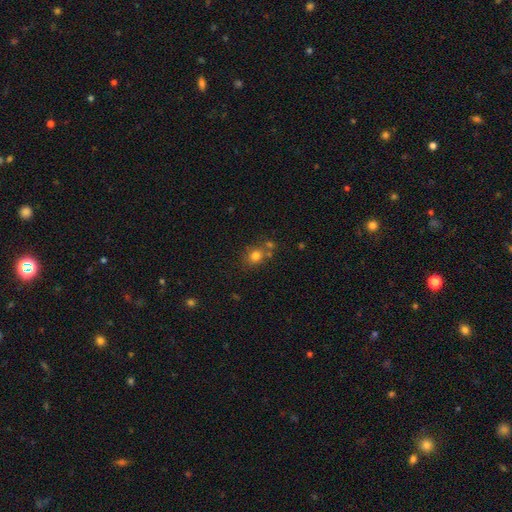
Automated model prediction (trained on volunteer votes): smooth-or-featured: smooth: 77% | star or artifact: 14% | featured or disk: 9%
  how-rounded: round: 72% | in between: 27% | cigar-shaped: 1%
  merging: none: 62% | merger: 21% | minor disturbance: 12% | major disturbance: 4%